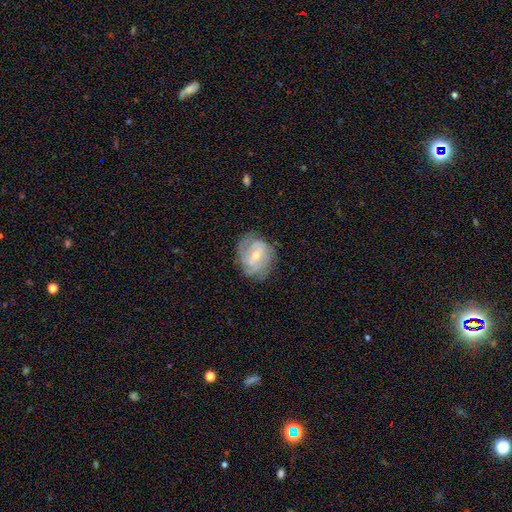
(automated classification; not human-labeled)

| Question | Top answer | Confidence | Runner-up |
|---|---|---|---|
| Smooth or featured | featured or disk | 77% | smooth (16%) |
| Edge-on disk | no | 97% | yes (3%) |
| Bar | weak | 44% | no (41%) |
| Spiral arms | yes | 90% | no (10%) |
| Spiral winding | tight | 49% | medium (38%) |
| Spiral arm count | can't tell | 32% | 2 (27%) |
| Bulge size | small | 54% | moderate (42%) |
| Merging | none | 71% | minor disturbance (19%) |